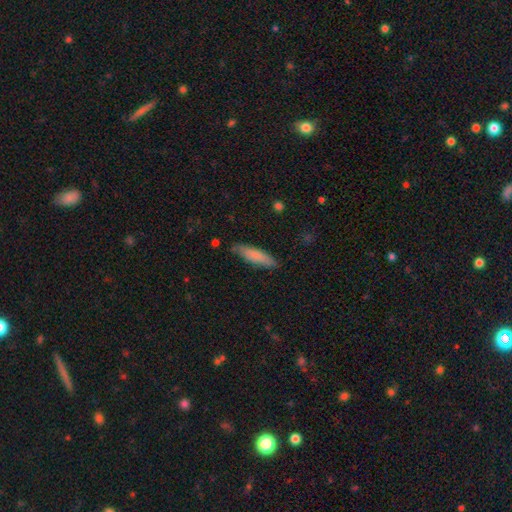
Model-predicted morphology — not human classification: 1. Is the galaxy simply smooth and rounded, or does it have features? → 80% smooth, 15% featured or disk, 6% star or artifact.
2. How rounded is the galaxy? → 76% cigar-shaped, 23% in between, 1% round.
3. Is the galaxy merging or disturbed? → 80% none, 16% minor disturbance, 3% major disturbance, 2% merger.